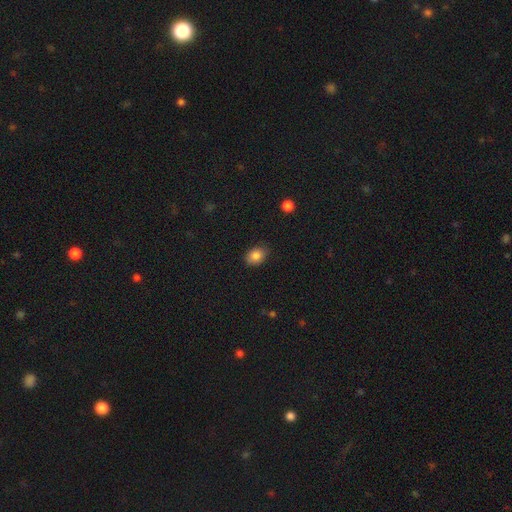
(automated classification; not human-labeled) A smooth galaxy with no disk features (84%) that is in between round and cigar-shaped (69%).

Vote fractions:
- Smooth or featured? smooth: 84% / star or artifact: 9% / featured or disk: 7%
- How rounded? in between: 69% / round: 30% / cigar-shaped: 1%
- Merging? none: 81% / minor disturbance: 16% / major disturbance: 3% / merger: 1%